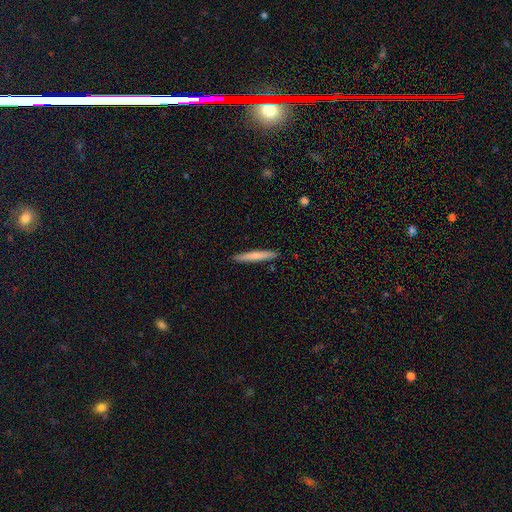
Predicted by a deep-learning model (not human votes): smooth_or_featured: smooth (p=0.74) [alt: featured or disk p=0.20]
how_rounded: cigar-shaped (p=0.96) [alt: in between p=0.03]
merging: none (p=0.91) [alt: minor disturbance p=0.06]